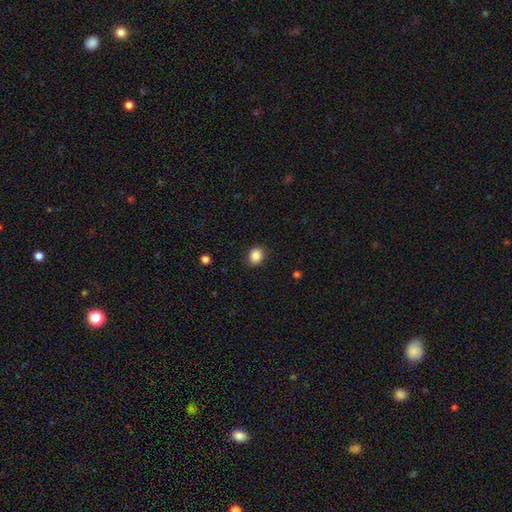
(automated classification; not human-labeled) Smooth or featured? Predicted: smooth (p=0.87). How rounded? Predicted: round (p=0.56). Merging? Predicted: none (p=0.88).